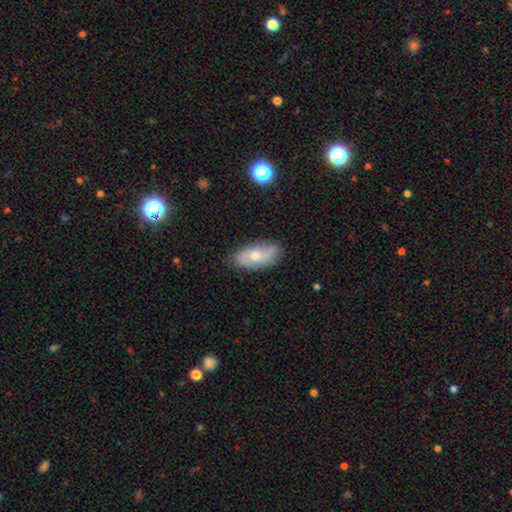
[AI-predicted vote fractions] Q: Smooth or featured?
A: smooth (51%); runner-up: featured or disk (42%)
Q: How rounded?
A: in between (90%); runner-up: cigar-shaped (6%)
Q: Merging?
A: none (77%); runner-up: minor disturbance (18%)